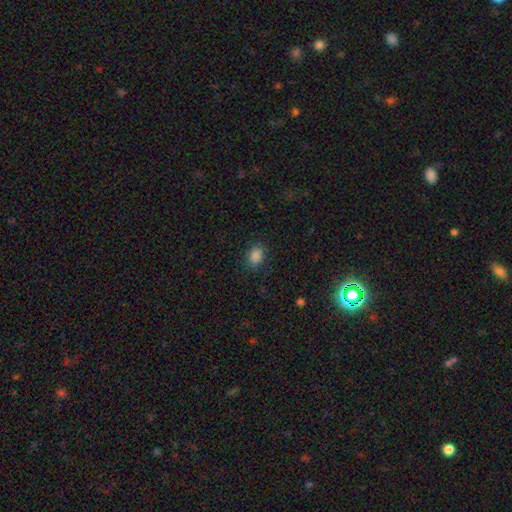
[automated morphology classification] A smooth galaxy with no disk features (86%) that is in between round and cigar-shaped (78%). Merging: none (83%).